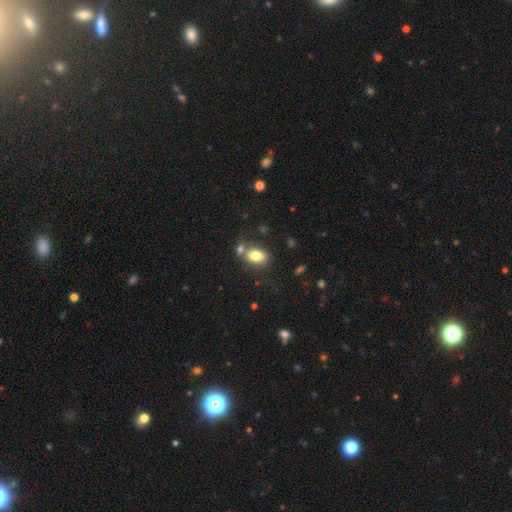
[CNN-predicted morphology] type=smooth (79%); roundness=in between (83%); merging=none (59%).